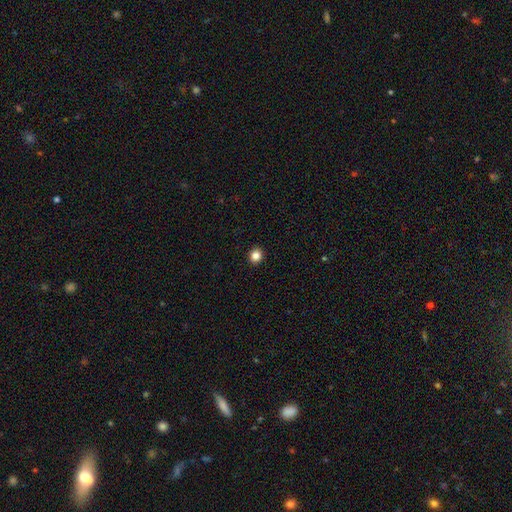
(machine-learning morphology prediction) smooth_or_featured: smooth (p=0.84) [alt: star or artifact p=0.11]
how_rounded: round (p=0.83) [alt: in between p=0.16]
merging: none (p=0.93) [alt: minor disturbance p=0.05]